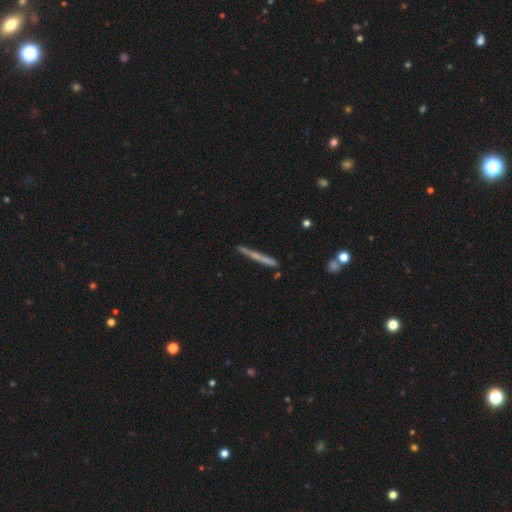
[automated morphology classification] Smooth or featured?
  - smooth: 49% *
  - featured or disk: 43%
  - star or artifact: 7%
Merging?
  - none: 85% *
  - minor disturbance: 11%
  - merger: 2%
  - major disturbance: 2%